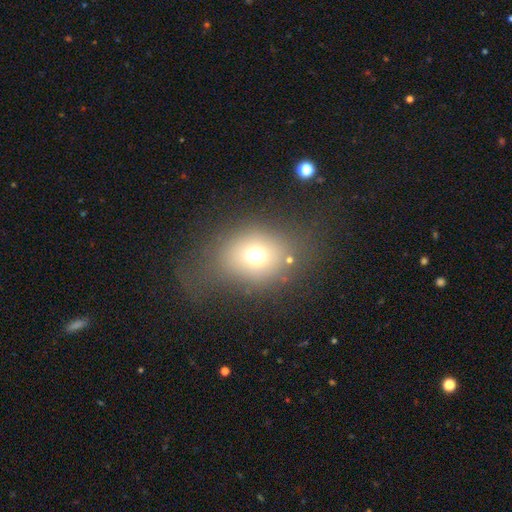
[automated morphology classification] Smooth or featured? Predicted: smooth (p=0.68). How rounded? Predicted: round (p=0.52). Merging? Predicted: none (p=0.66).